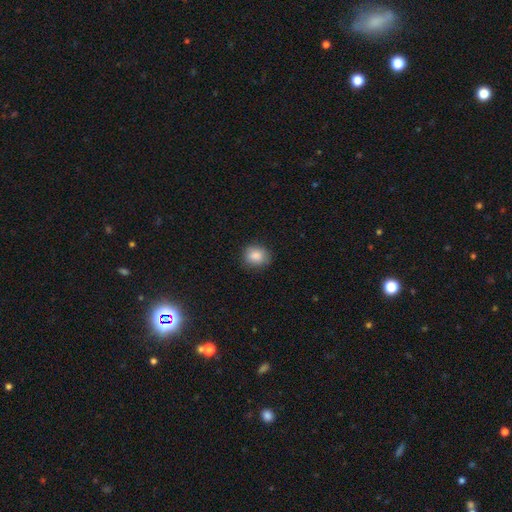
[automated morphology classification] Overall: smooth (86%). How rounded: round (68%; in between 31%). Merging: none (83%).